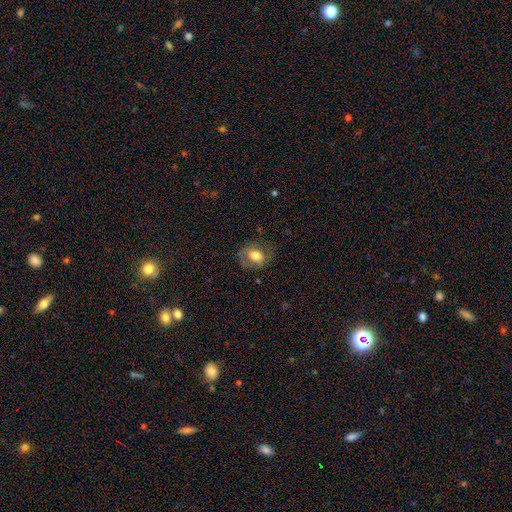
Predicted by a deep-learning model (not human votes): Q: Smooth or featured?
A: smooth (65%); runner-up: featured or disk (26%)
Q: How rounded?
A: in between (51%); runner-up: round (48%)
Q: Merging?
A: none (69%); runner-up: minor disturbance (20%)